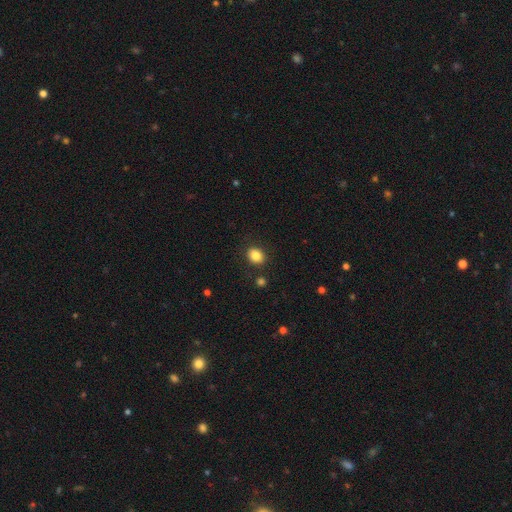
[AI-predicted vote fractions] Q: Smooth or featured?
A: smooth (84%); runner-up: star or artifact (10%)
Q: How rounded?
A: round (54%); runner-up: in between (45%)
Q: Merging?
A: none (86%); runner-up: minor disturbance (9%)